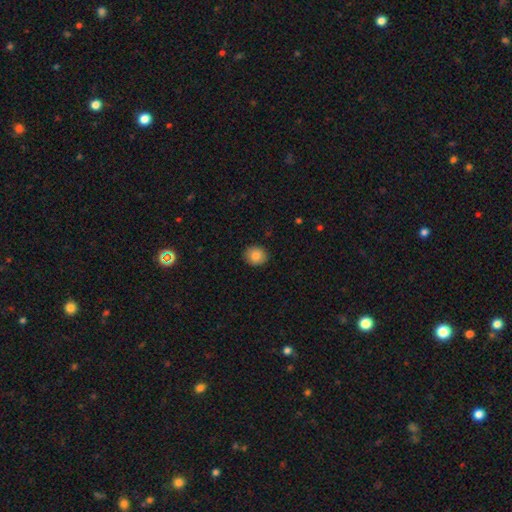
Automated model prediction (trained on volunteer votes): The model was most divided on "how rounded": round: 78%, in between: 21%, cigar-shaped: 1%. More confident: merging — none (91%); smooth or featured — smooth (84%).